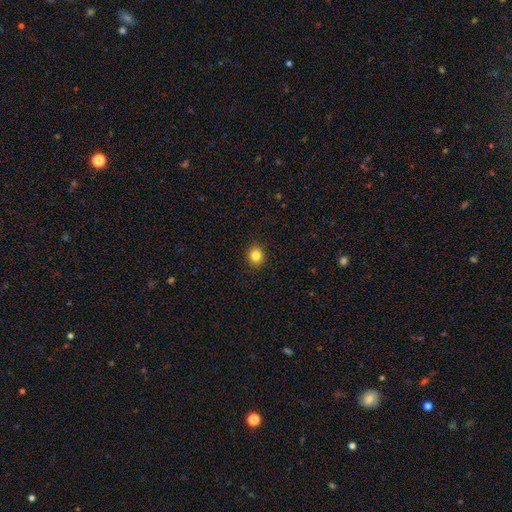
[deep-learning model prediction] smooth 83%, star or artifact 12%, featured or disk 5%. Down the decision tree: how rounded — round (86%); merging — none (92%).